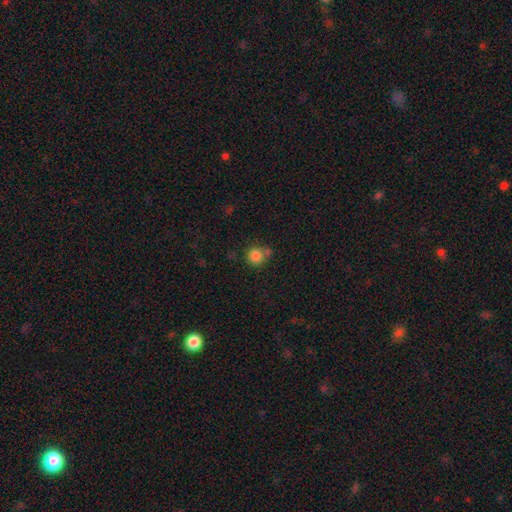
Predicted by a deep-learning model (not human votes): Smooth or featured?
  - smooth: 83% *
  - star or artifact: 11%
  - featured or disk: 6%
How rounded?
  - round: 90% *
  - in between: 9%
  - cigar-shaped: 1%
Merging?
  - none: 60% *
  - merger: 19%
  - minor disturbance: 15%
  - major disturbance: 6%